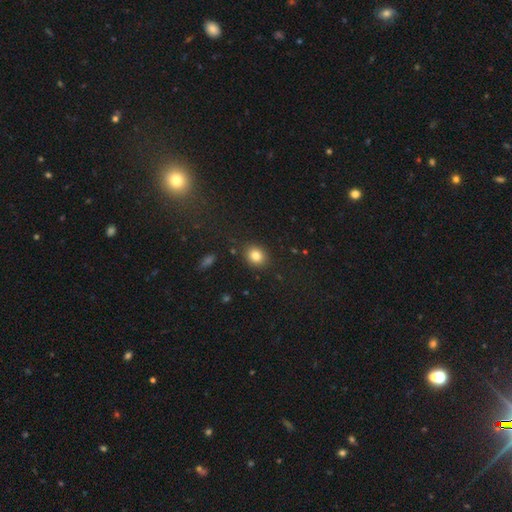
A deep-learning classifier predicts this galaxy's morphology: Overall: smooth (82%). How rounded: round (64%; in between 35%). Merging: none (87%).